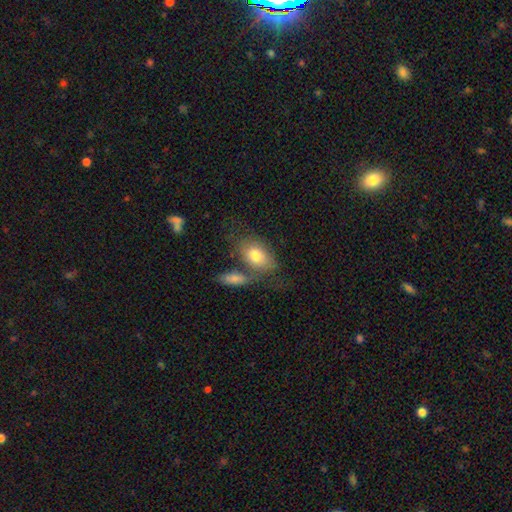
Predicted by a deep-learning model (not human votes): smooth_or_featured: smooth (p=0.75) [alt: featured or disk p=0.18]
how_rounded: in between (p=0.84) [alt: round p=0.14]
merging: none (p=0.43) [alt: merger p=0.29]